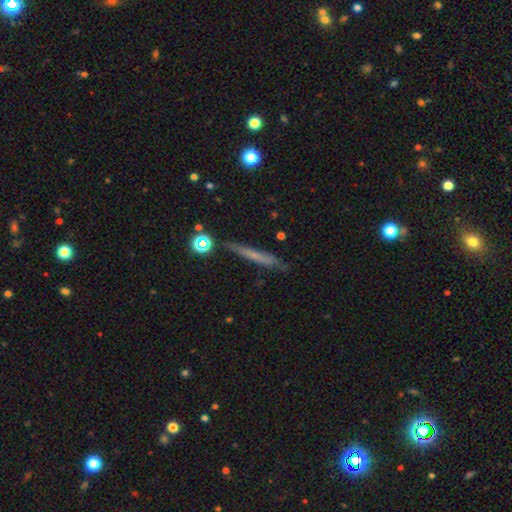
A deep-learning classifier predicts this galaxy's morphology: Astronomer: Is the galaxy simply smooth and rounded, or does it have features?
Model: smooth — 51% (runner-up: featured or disk, 40%).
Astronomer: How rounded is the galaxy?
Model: cigar-shaped — 93%.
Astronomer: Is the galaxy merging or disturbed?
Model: none — 81%.